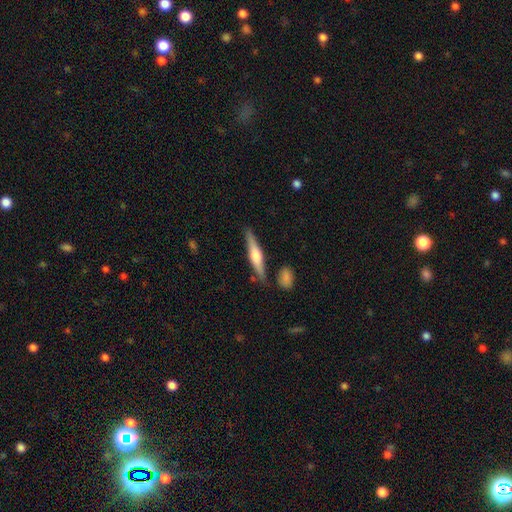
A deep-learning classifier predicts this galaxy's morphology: smooth_or_featured: featured or disk (p=0.56) [alt: smooth p=0.39]
disk_edge_on: yes (p=0.96) [alt: no p=0.04]
edge_on_bulge: rounded (p=0.86) [alt: boxy p=0.09]
merging: none (p=0.82) [alt: minor disturbance p=0.11]